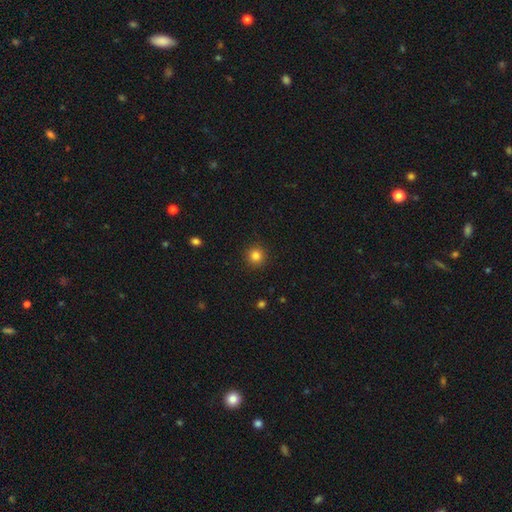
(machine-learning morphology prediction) This is clearly a smooth galaxy (84%). How rounded: clearly round (94%). Merging: clearly none (91%).